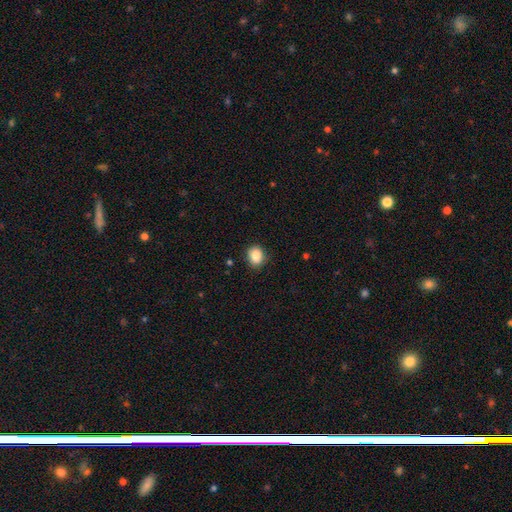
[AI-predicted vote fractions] smooth 87%, star or artifact 9%, featured or disk 4%. Down the decision tree: how rounded — round (57%); merging — none (84%).